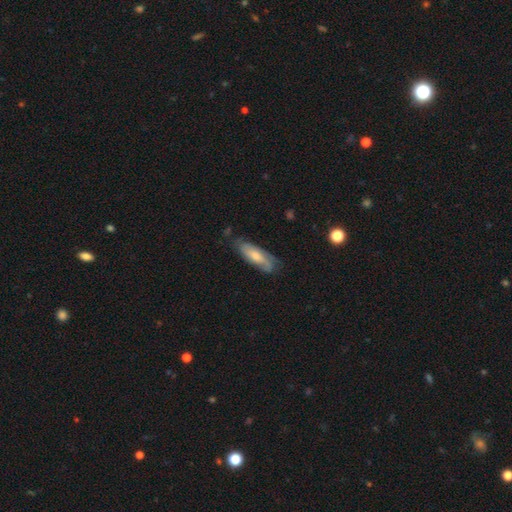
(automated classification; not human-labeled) Smooth or featured? smooth (47%, tied with featured or disk)
Merging? none (64%)